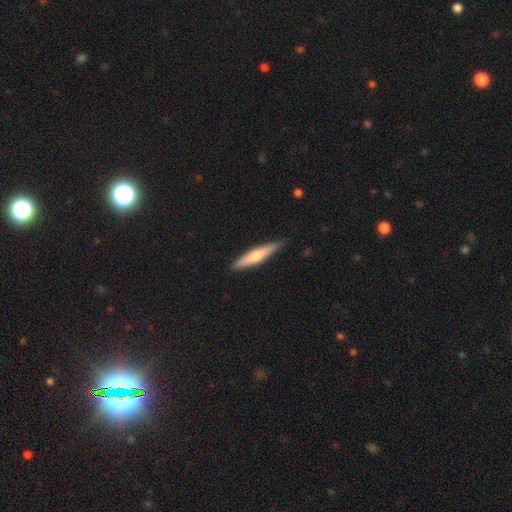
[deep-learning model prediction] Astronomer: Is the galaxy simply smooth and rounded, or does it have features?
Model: smooth — 58% (runner-up: featured or disk, 37%).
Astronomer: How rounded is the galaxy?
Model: cigar-shaped — 88%.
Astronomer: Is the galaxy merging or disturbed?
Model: none — 86%.